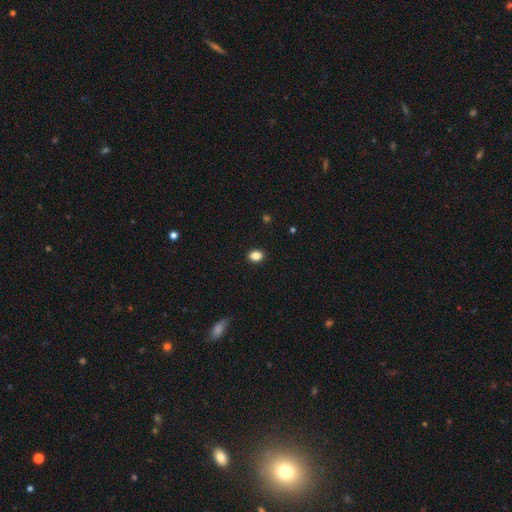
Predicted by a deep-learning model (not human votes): A smooth galaxy with no disk features (86%) that is in between round and cigar-shaped (67%). Merging: none (90%).